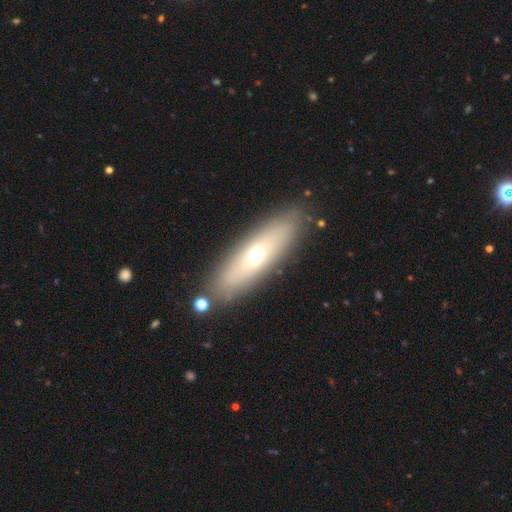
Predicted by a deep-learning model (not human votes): This appears to be a smooth galaxy with no disk features (53%) that is cigar-shaped (60%). Merging: none (86%).